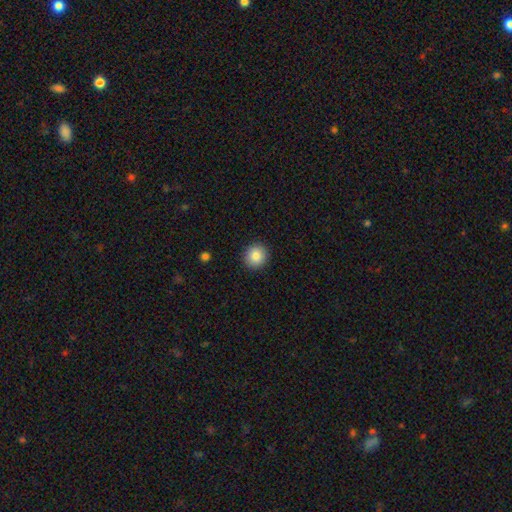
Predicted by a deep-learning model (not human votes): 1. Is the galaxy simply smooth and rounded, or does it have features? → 84% smooth, 9% star or artifact, 6% featured or disk.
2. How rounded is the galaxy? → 91% round, 8% in between, 1% cigar-shaped.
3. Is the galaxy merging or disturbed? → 92% none, 5% minor disturbance, 2% major disturbance, 1% merger.